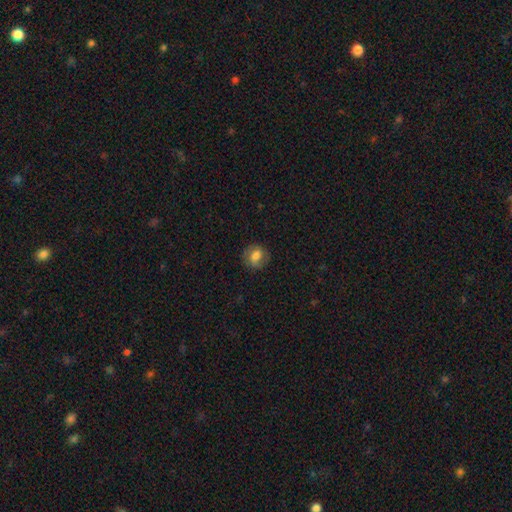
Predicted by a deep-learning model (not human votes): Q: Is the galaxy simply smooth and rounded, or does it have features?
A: smooth — 62%.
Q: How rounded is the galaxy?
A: round — 68%.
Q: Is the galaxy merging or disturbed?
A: none — 78%.